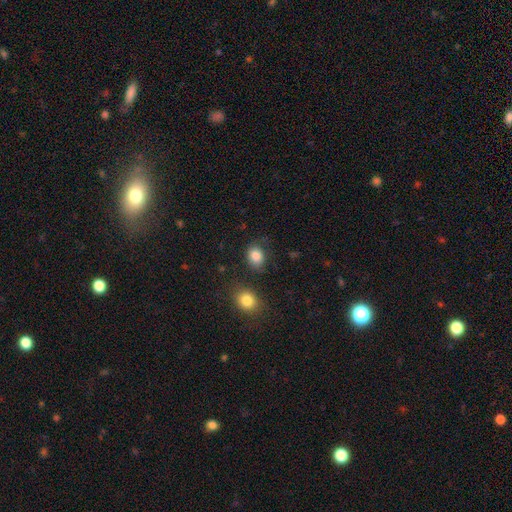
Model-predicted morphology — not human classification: smooth-or-featured: smooth: 85% | star or artifact: 10% | featured or disk: 5%
  how-rounded: in between: 55% | round: 44% | cigar-shaped: 1%
  merging: none: 71% | minor disturbance: 18% | major disturbance: 6% | merger: 5%